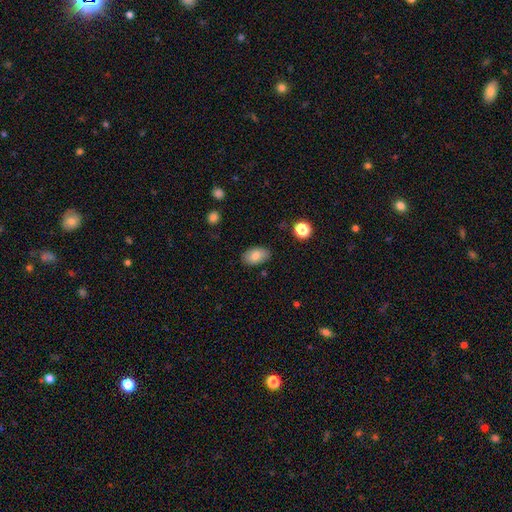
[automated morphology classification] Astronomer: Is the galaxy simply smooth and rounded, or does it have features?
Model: smooth — 81%.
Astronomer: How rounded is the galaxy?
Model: in between — 91%.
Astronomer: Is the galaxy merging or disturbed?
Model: none — 84%.